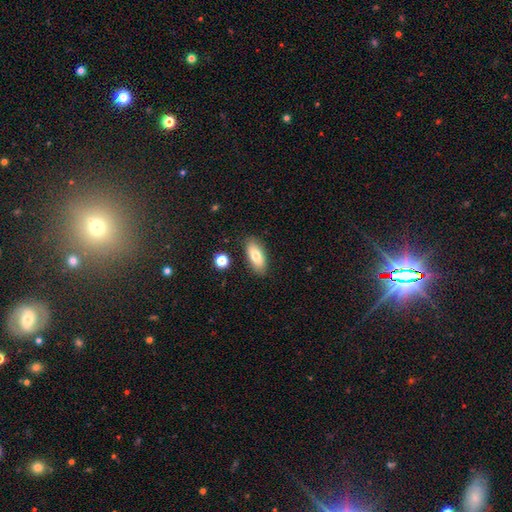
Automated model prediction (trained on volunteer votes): The model was most divided on "smooth or featured": smooth: 78%, featured or disk: 15%, star or artifact: 7%. More confident: merging — none (85%); how rounded — in between (82%).